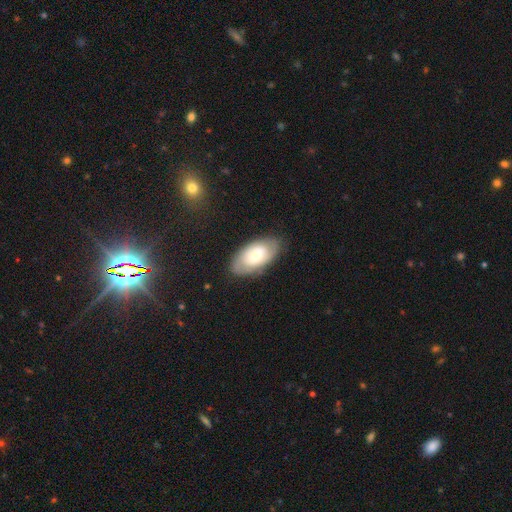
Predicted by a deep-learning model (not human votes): smooth-or-featured: featured or disk: 50% | smooth: 44% | star or artifact: 6%
  merging: none: 81% | minor disturbance: 14% | major disturbance: 4% | merger: 1%